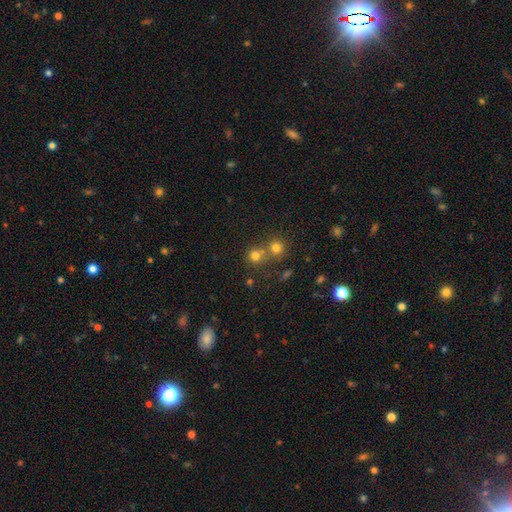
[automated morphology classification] Smooth or featured? Predicted: smooth (p=0.73). How rounded? Predicted: round (p=0.87). Merging? Predicted: none (p=0.52).